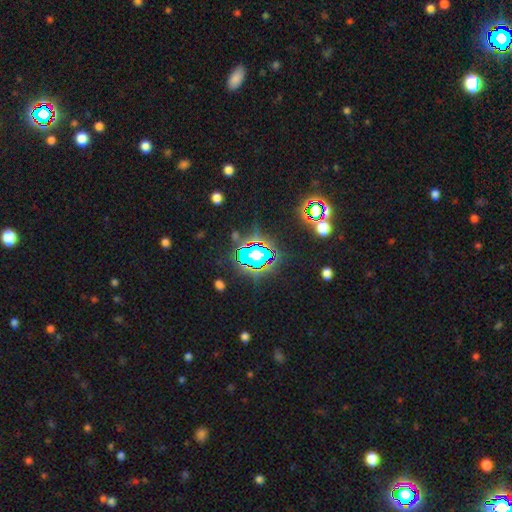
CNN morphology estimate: Smooth or featured? Predicted: star or artifact (p=0.61).